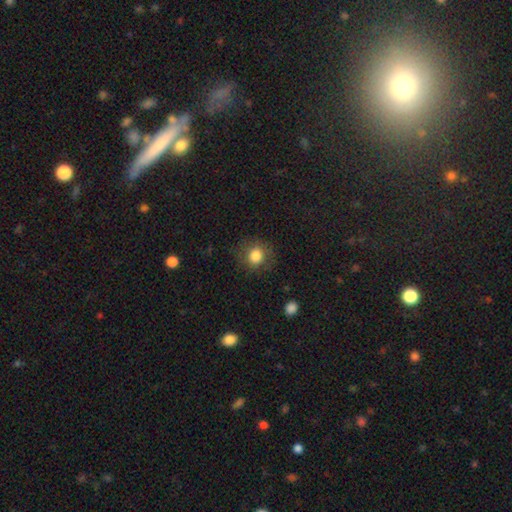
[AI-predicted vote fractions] Smooth or featured? Predicted: smooth (p=0.82). How rounded? Predicted: round (p=0.82). Merging? Predicted: none (p=0.80).